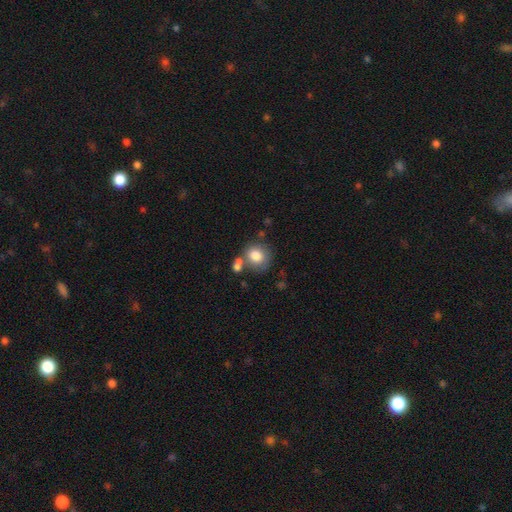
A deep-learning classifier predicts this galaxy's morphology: smooth 79%, featured or disk 12%, star or artifact 8%. Down the decision tree: how rounded — round (77%); merging — none (57%).